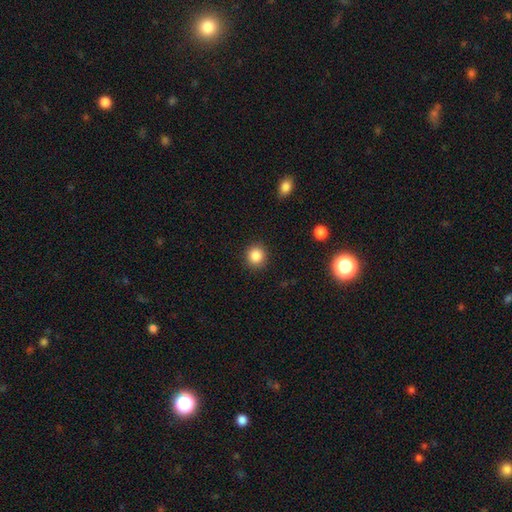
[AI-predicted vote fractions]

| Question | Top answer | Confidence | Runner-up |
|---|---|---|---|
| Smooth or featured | smooth | 86% | star or artifact (10%) |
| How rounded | round | 91% | in between (8%) |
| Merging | none | 91% | minor disturbance (6%) |